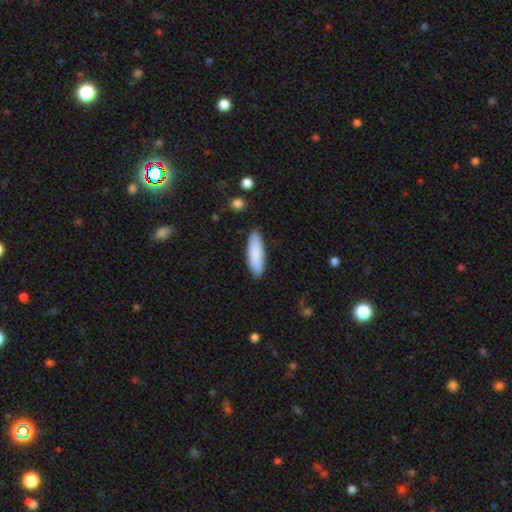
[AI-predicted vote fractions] This is clearly a smooth galaxy (87%). How rounded: possibly in between (50%). Merging: clearly none (86%).